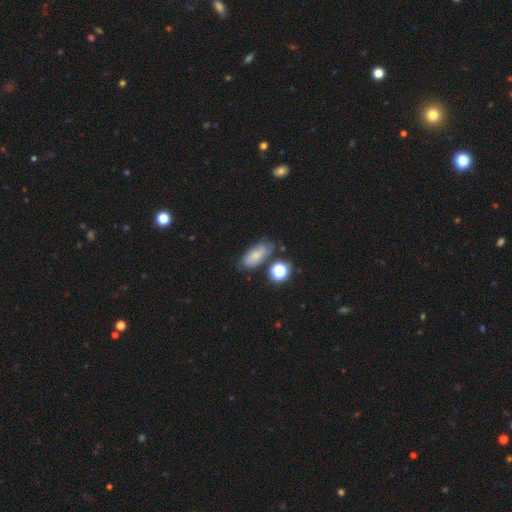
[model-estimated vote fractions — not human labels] A smooth galaxy with no disk features (65%) that is in between round and cigar-shaped (81%). Merging: none (64%).